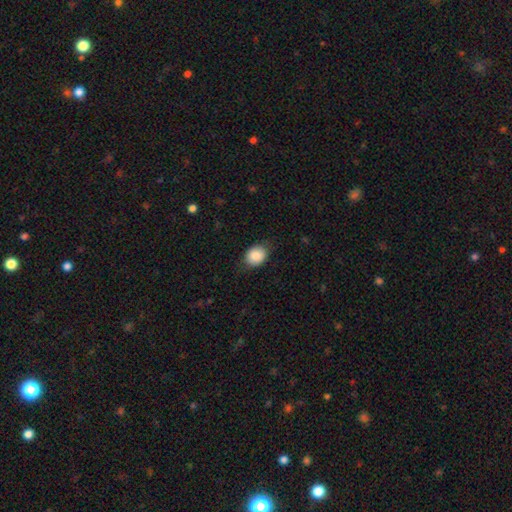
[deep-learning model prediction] Overall: smooth (87%). How rounded: in between (60%; round 39%). Merging: none (79%).